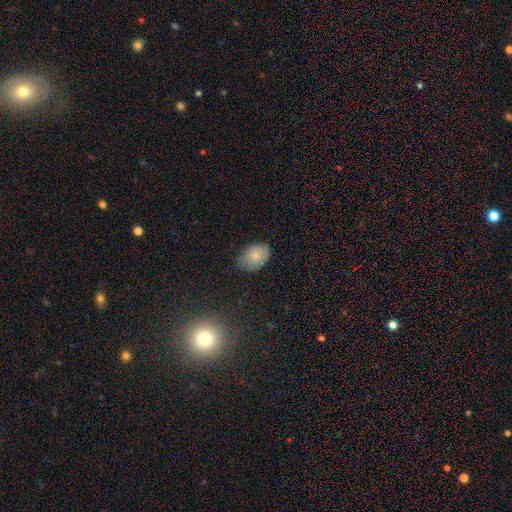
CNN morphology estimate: type=smooth (79%); roundness=in between (82%); merging=none (73%).